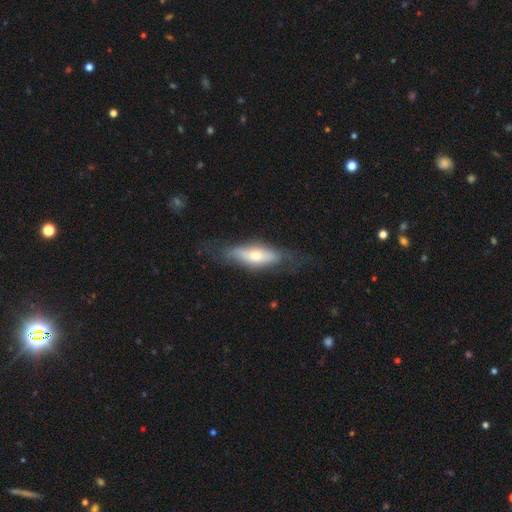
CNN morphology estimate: smooth-or-featured: smooth: 51% | featured or disk: 43% | star or artifact: 6%
  how-rounded: in between: 59% | cigar-shaped: 38% | round: 3%
  merging: none: 63% | minor disturbance: 22% | major disturbance: 13% | merger: 2%